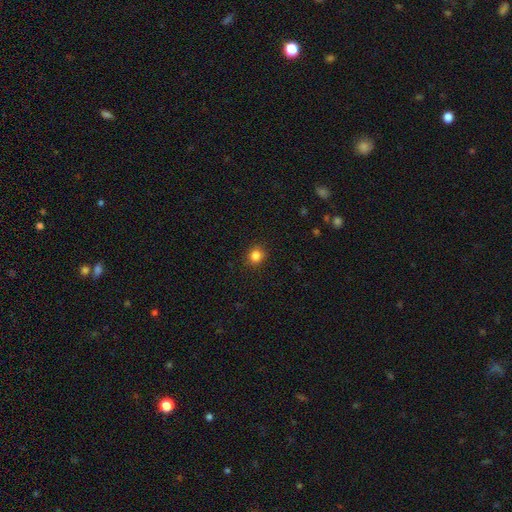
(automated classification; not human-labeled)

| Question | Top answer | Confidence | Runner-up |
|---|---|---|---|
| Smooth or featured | smooth | 84% | star or artifact (12%) |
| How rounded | round | 80% | in between (19%) |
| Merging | none | 90% | minor disturbance (7%) |